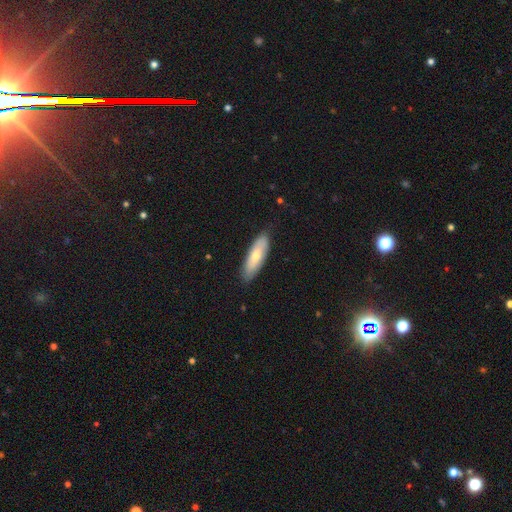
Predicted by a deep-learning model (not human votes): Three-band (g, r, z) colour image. It shows a smooth galaxy with no disk features (66%) that is in between round and cigar-shaped (54%). Merging: none (83%).